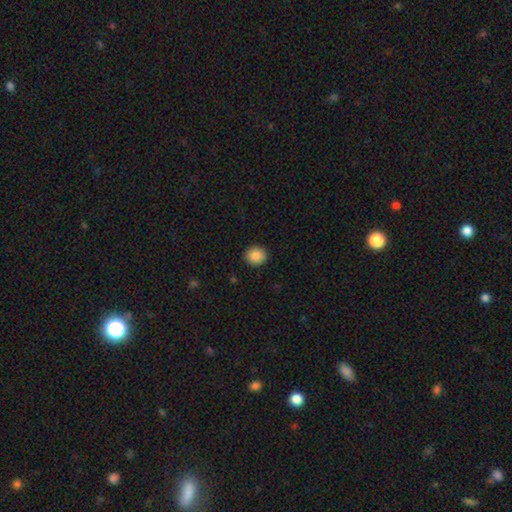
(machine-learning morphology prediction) This appears to be a smooth galaxy with no disk features (88%) that is round (84%). Merging: none (91%).